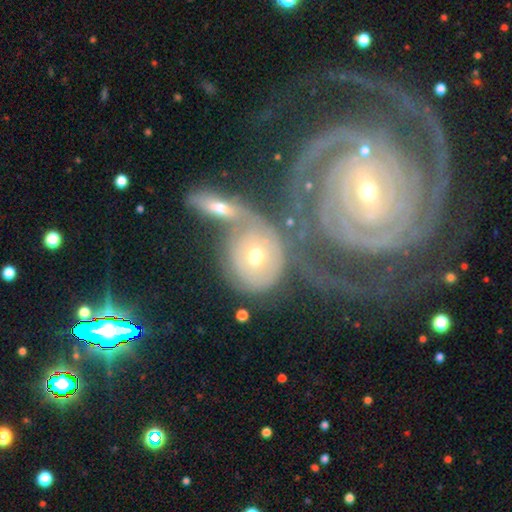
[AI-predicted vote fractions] Smooth or featured? featured or disk (62%)
Edge-on disk? no (94%)
Bar? no (73%)
Spiral arms? yes (78%)
Bulge size? moderate (53%)
Merging? merger (48%)